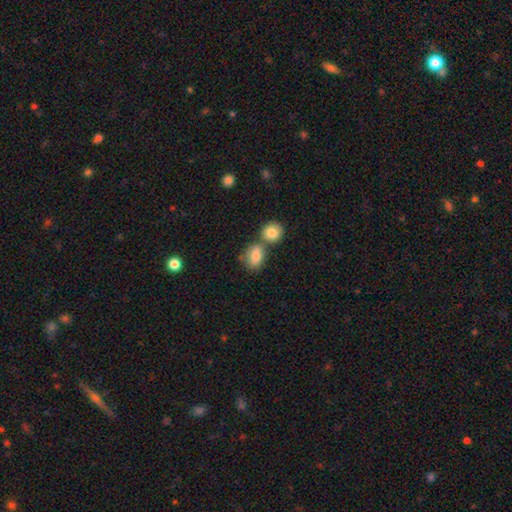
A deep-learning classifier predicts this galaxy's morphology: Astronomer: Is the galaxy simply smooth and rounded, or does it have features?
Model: smooth — 80%.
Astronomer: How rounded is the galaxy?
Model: in between — 65%.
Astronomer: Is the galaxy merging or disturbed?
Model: none — 43% (runner-up: merger, 41%).